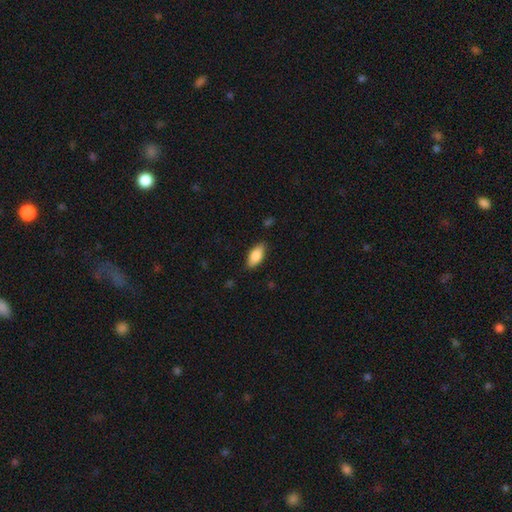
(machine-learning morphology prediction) This appears to be a smooth galaxy with no disk features (84%) that is in between round and cigar-shaped (89%). Merging: none (85%).